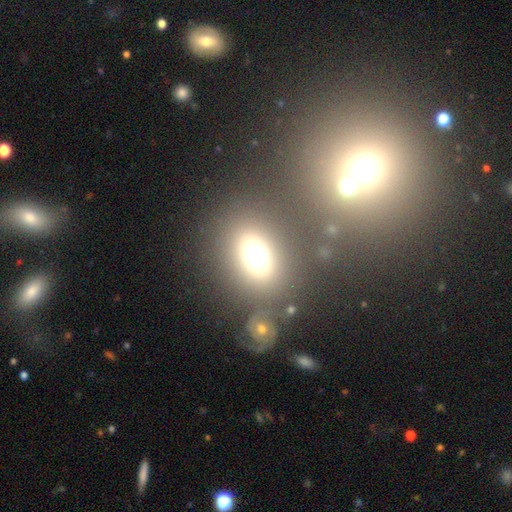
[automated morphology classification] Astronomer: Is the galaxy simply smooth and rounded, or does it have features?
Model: smooth — 67%.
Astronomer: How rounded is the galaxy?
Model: round — 53% (runner-up: in between, 45%).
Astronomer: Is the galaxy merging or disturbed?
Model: none — 71%.